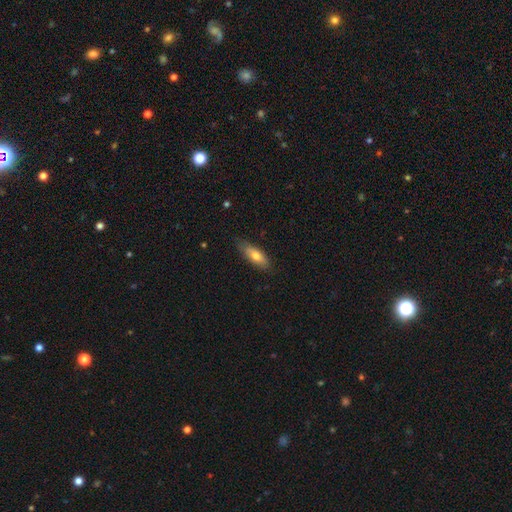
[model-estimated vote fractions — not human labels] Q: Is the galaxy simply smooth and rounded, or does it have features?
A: smooth — 72%.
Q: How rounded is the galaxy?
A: in between — 66%.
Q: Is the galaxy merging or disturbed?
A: none — 79%.